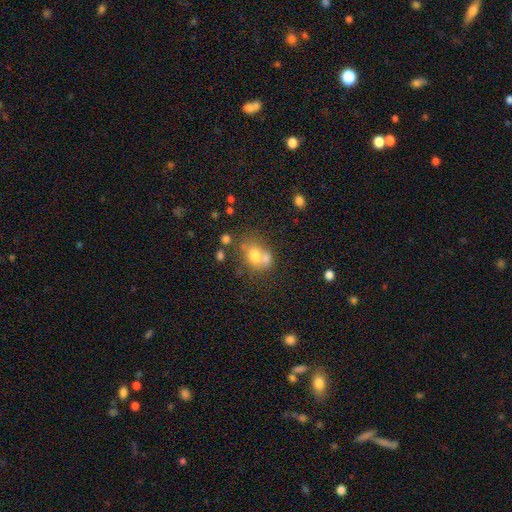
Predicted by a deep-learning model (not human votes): This appears to be a smooth galaxy with no disk features (66%) that is round (53%). Merging: merger (48%).